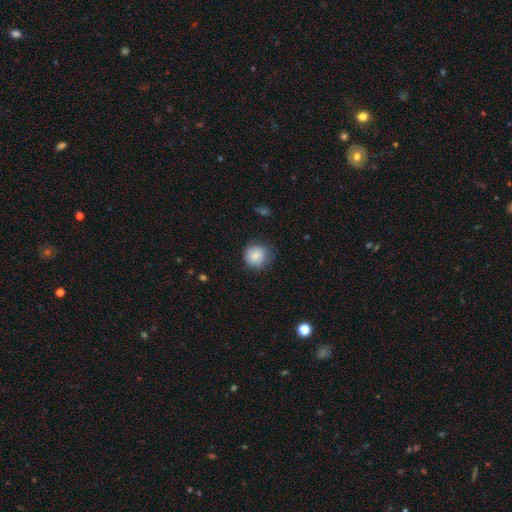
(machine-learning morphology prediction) The model was most divided on "merging": none: 73%, minor disturbance: 20%, major disturbance: 6%, merger: 1%. More confident: how rounded — round (90%); smooth or featured — smooth (80%).